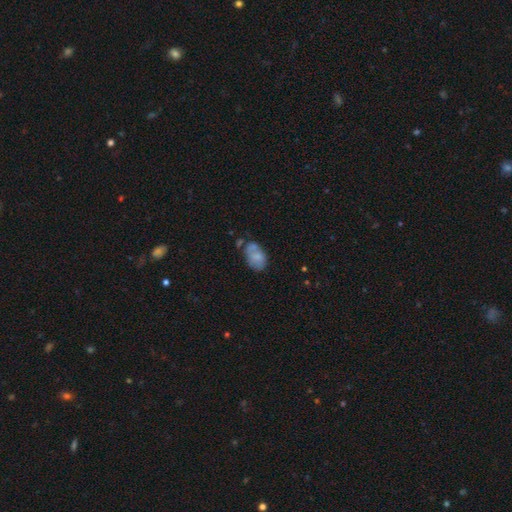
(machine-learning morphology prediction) Overall: smooth (66%). How rounded: in between (87%). Merging: none (42%; minor disturbance 27%).